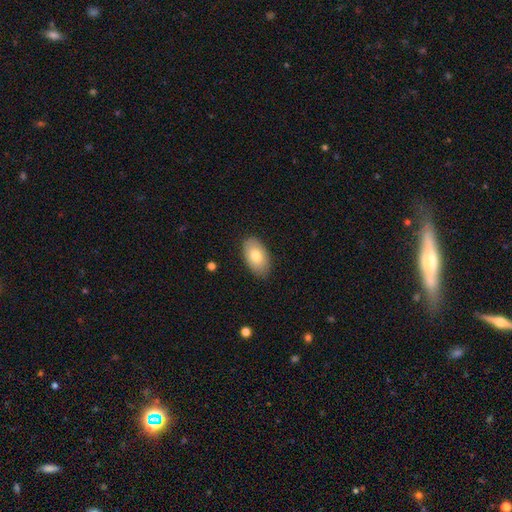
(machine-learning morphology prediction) This is likely a smooth galaxy (78%). How rounded: clearly in between (94%). Merging: clearly none (83%).